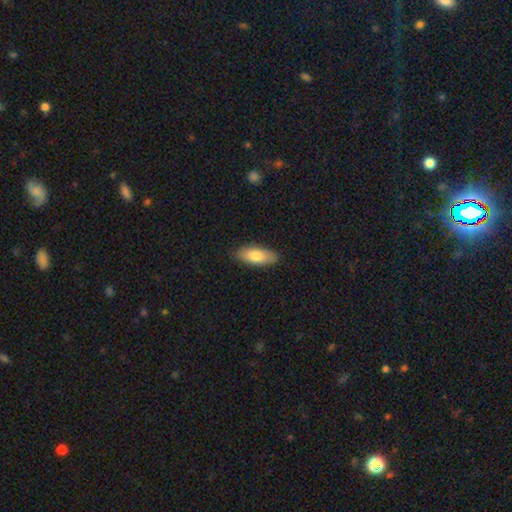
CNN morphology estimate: This appears to be a smooth galaxy with no disk features (78%) that is in between round and cigar-shaped (79%). Merging: none (87%).